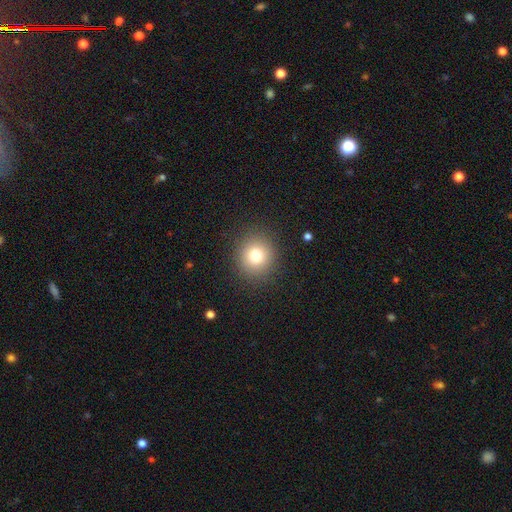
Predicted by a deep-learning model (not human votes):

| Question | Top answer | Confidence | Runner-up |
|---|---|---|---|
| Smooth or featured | smooth | 77% | star or artifact (13%) |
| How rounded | round | 90% | in between (9%) |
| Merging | none | 89% | minor disturbance (7%) |